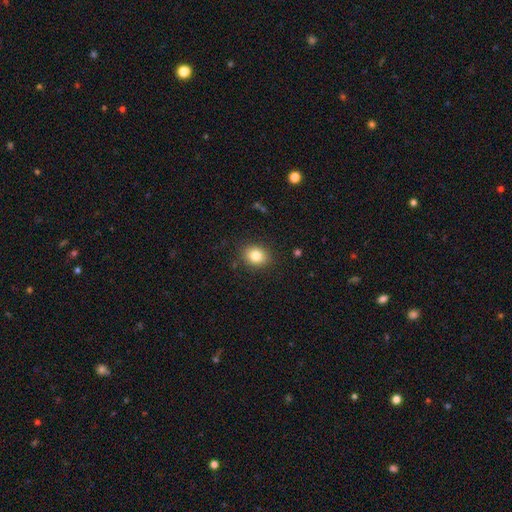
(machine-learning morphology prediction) This appears to be a smooth galaxy with no disk features (82%) that is round (51%). Merging: none (87%).